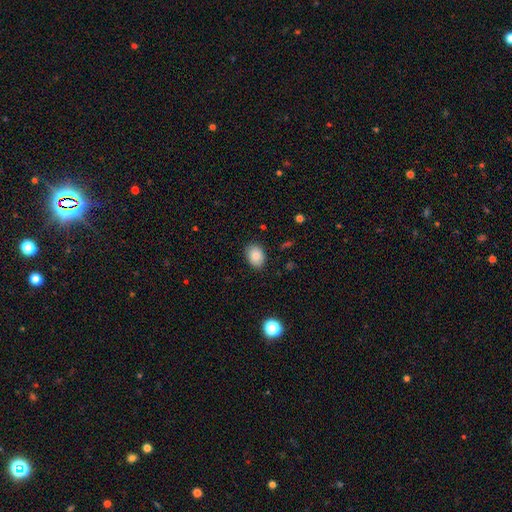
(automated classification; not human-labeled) Q: Smooth or featured?
A: smooth (84%); runner-up: star or artifact (9%)
Q: How rounded?
A: in between (71%); runner-up: round (28%)
Q: Merging?
A: none (85%); runner-up: minor disturbance (11%)